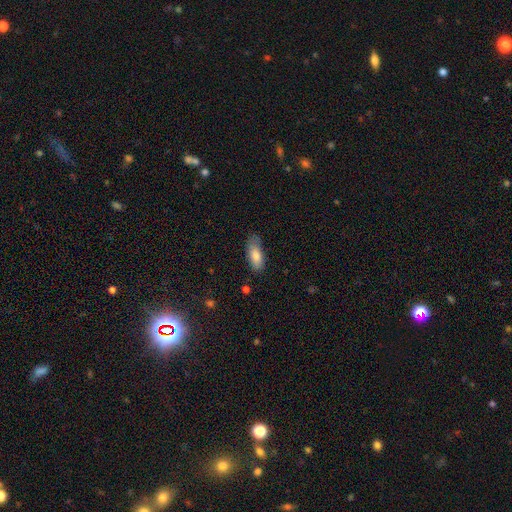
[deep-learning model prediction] Smooth or featured? Predicted: smooth (p=0.81). How rounded? Predicted: in between (p=0.79). Merging? Predicted: none (p=0.66).